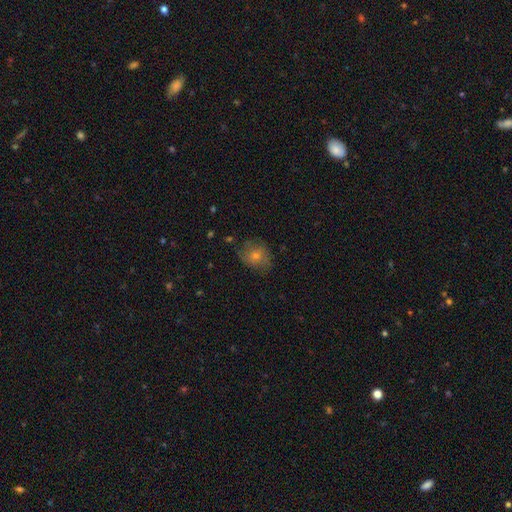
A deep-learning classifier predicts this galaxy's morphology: This is possibly a smooth galaxy (55%). How rounded: likely round (67%). Merging: likely none (71%).